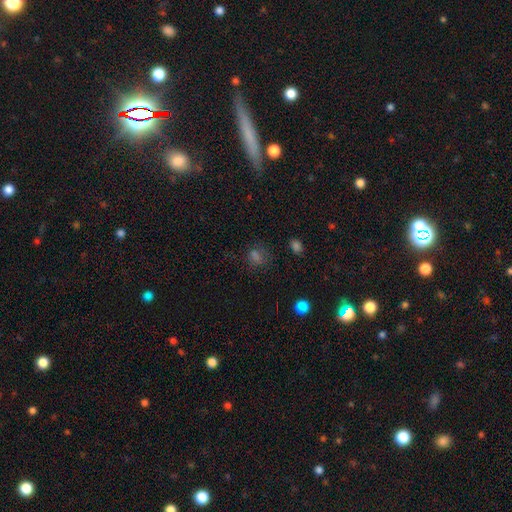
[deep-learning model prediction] Smooth or featured? Predicted: smooth (p=0.55). How rounded? Predicted: round (p=0.59). Merging? Predicted: none (p=0.68).